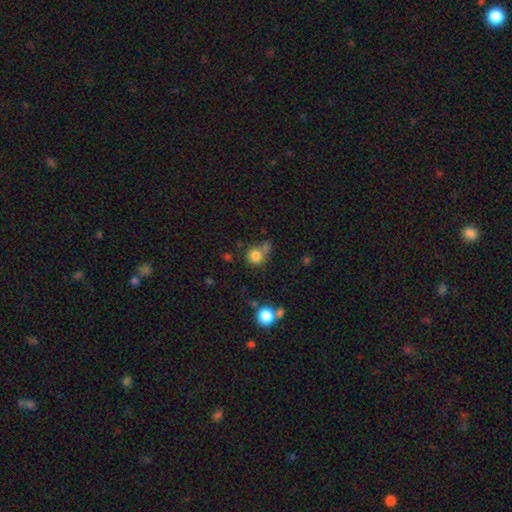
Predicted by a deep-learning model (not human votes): Smooth or featured?
  - smooth: 81% *
  - star or artifact: 12%
  - featured or disk: 8%
How rounded?
  - round: 87% *
  - in between: 12%
  - cigar-shaped: 1%
Merging?
  - none: 54% *
  - merger: 24%
  - minor disturbance: 15%
  - major disturbance: 8%